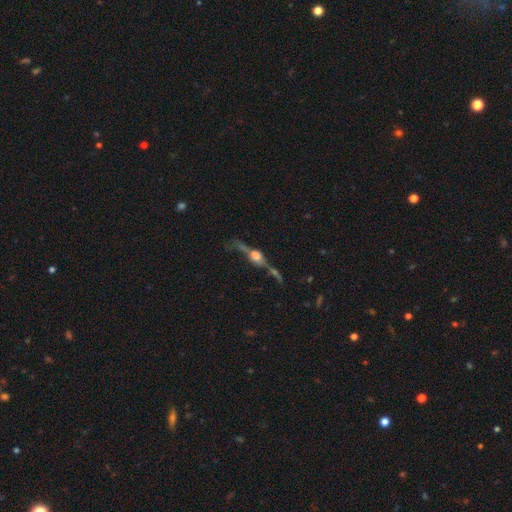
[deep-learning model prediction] A featured or disk galaxy (70%) viewed edge-on (82%) with a rounded central bulge (92%). Merging: none (46%).